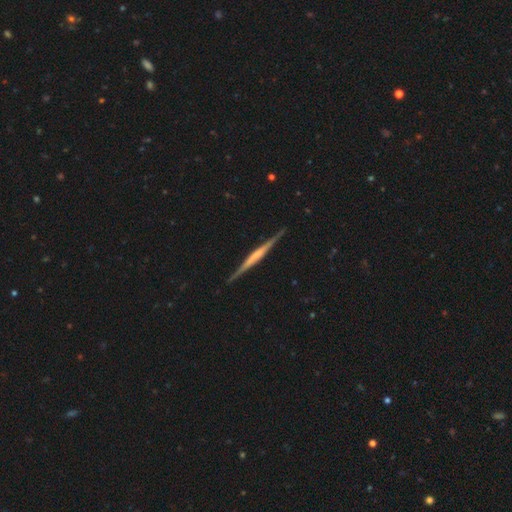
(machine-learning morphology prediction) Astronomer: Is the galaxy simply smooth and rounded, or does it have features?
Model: featured or disk — 75%.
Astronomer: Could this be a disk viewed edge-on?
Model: yes — 98%.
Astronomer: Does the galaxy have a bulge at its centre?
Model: none — 42% (runner-up: rounded, 31%).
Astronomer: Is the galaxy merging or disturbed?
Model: none — 90%.